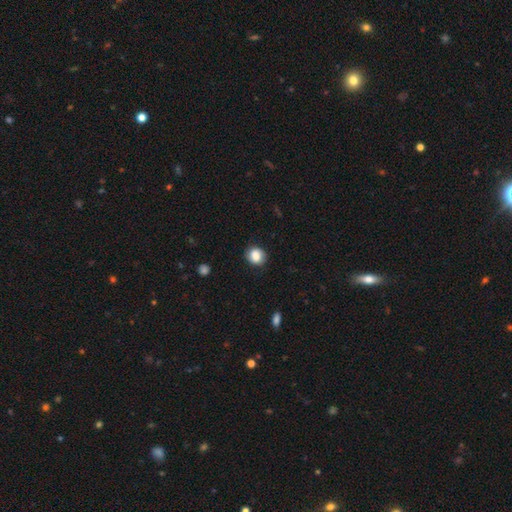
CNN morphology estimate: smooth_or_featured: smooth (p=0.85) [alt: star or artifact p=0.09]
how_rounded: round (p=0.69) [alt: in between p=0.30]
merging: none (p=0.82) [alt: minor disturbance p=0.14]